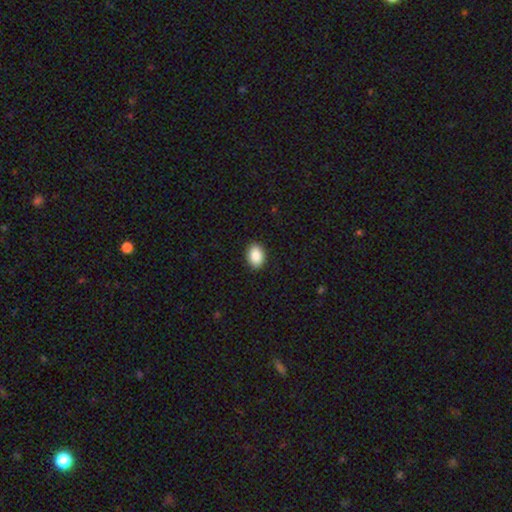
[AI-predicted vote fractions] Smooth or featured? smooth (89%)
How rounded? in between (84%)
Merging? none (91%)